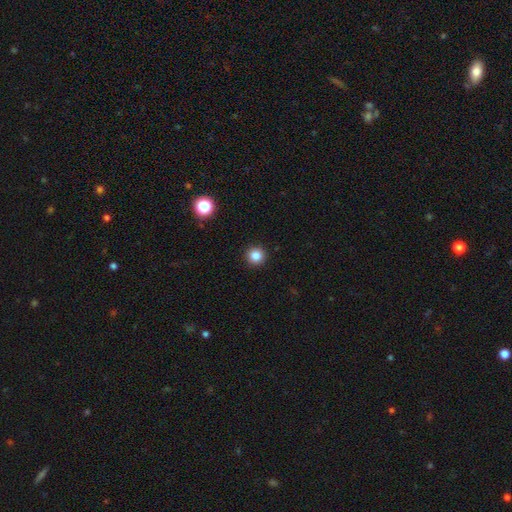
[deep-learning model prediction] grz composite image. It shows a smooth galaxy with no disk features (84%) that is round (95%). Merging: none (93%).